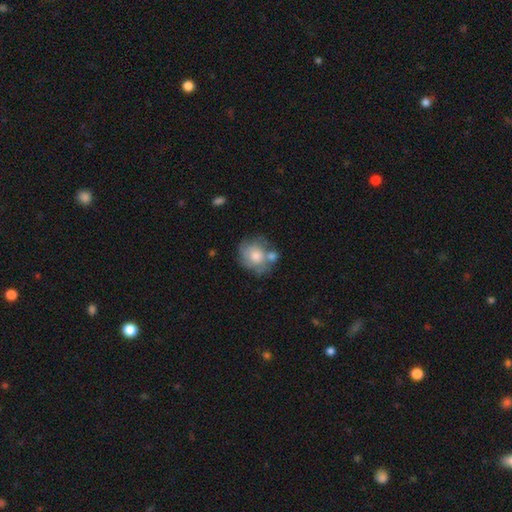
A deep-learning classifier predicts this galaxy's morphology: This appears to be a smooth galaxy with no disk features (56%) that is round (76%). Merging: none (44%).